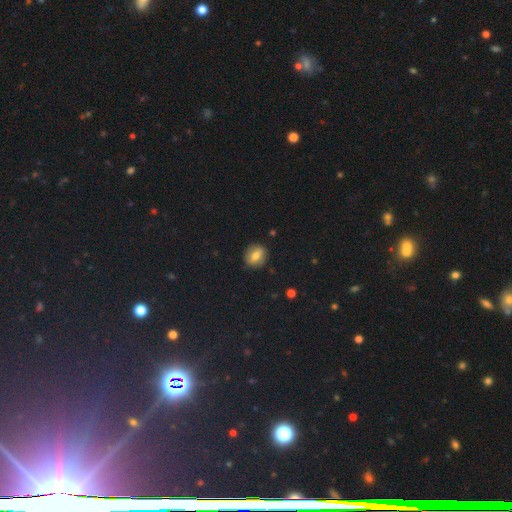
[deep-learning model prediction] This is likely a smooth galaxy (67%). How rounded: likely round (69%). Merging: clearly none (86%).